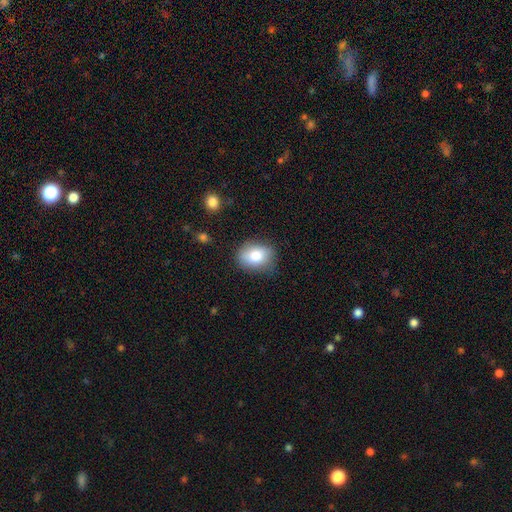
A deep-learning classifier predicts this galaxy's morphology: A smooth galaxy with no disk features (79%) that is in between round and cigar-shaped (63%).

Vote fractions:
- Smooth or featured? smooth: 79% / featured or disk: 13% / star or artifact: 8%
- How rounded? in between: 63% / round: 36% / cigar-shaped: 1%
- Merging? none: 74% / minor disturbance: 19% / major disturbance: 5% / merger: 2%